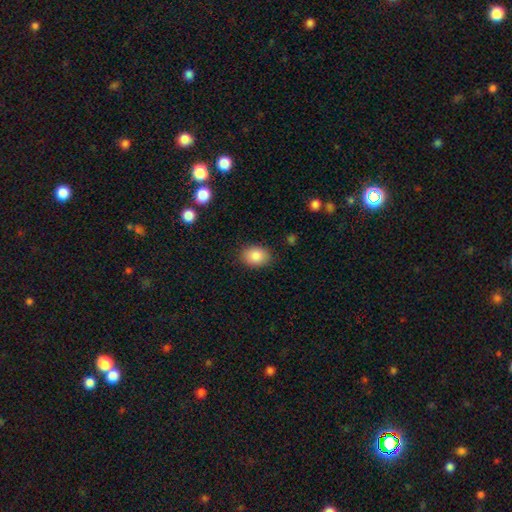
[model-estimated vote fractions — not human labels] Smooth or featured? Predicted: smooth (p=0.87). How rounded? Predicted: in between (p=0.71). Merging? Predicted: none (p=0.86).